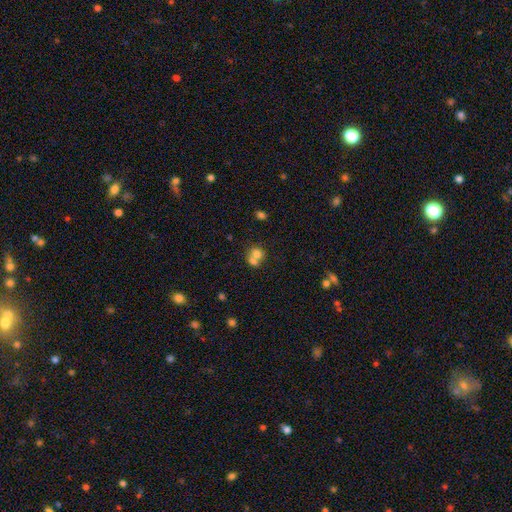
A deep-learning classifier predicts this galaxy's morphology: The model was most divided on "merging": merger: 62%, none: 29%, minor disturbance: 6%, major disturbance: 3%. More confident: how rounded — round (73%); smooth or featured — smooth (71%).